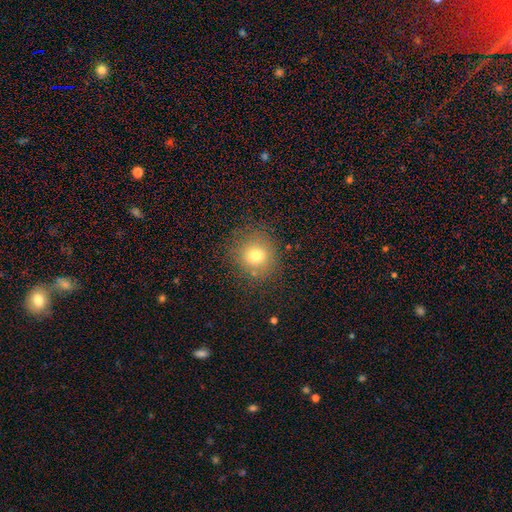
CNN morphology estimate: The model was most divided on "smooth or featured": smooth: 74%, star or artifact: 16%, featured or disk: 10%. More confident: how rounded — round (89%); merging — none (84%).